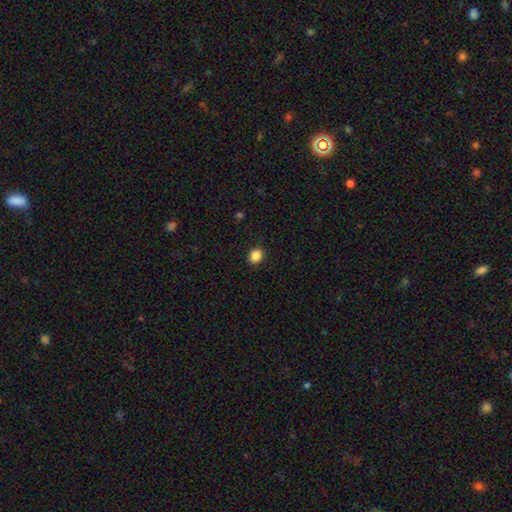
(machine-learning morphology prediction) This appears to be a smooth galaxy with no disk features (87%) that is round (68%). Merging: none (90%).